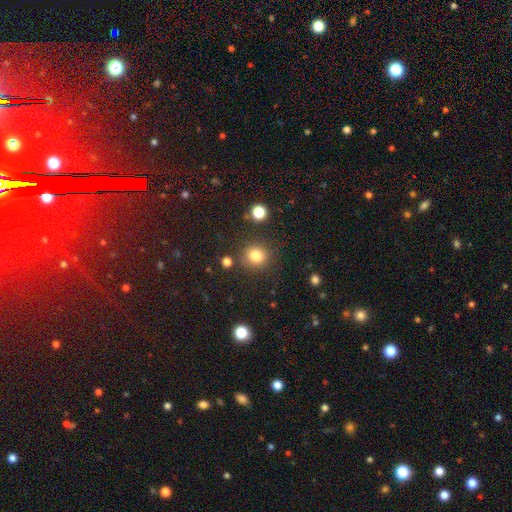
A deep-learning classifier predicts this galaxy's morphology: Smooth or featured? smooth (80%)
How rounded? round (87%)
Merging? none (84%)